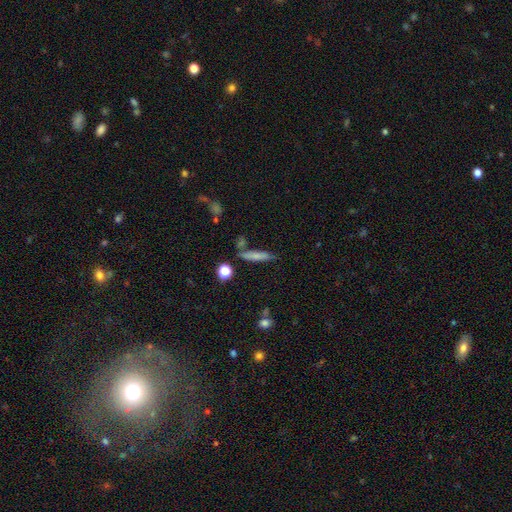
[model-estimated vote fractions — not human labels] The model was most divided on "smooth or featured": smooth: 70%, featured or disk: 20%, star or artifact: 10%. More confident: how rounded — cigar-shaped (81%); merging — none (71%).